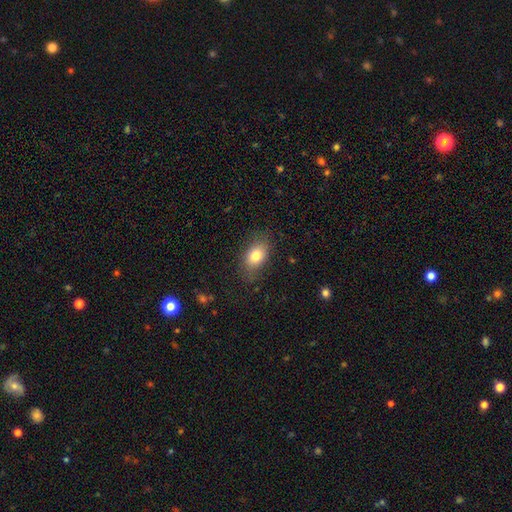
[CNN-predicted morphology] smooth 80%, featured or disk 12%, star or artifact 9%. Down the decision tree: how rounded — in between (84%); merging — none (78%).